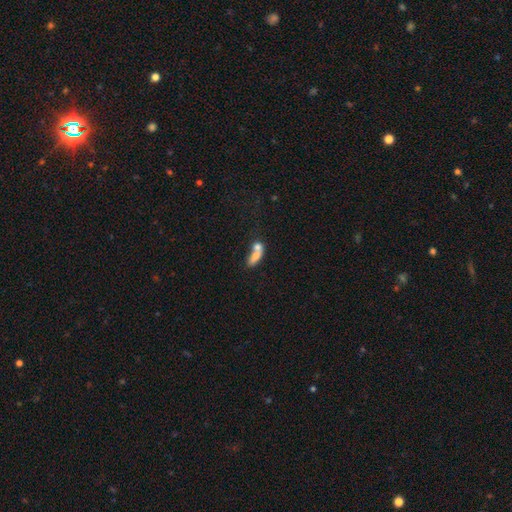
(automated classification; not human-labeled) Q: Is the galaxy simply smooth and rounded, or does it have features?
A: smooth — 67%.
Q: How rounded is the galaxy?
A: in between — 67%.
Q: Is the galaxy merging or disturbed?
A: merger — 65%.